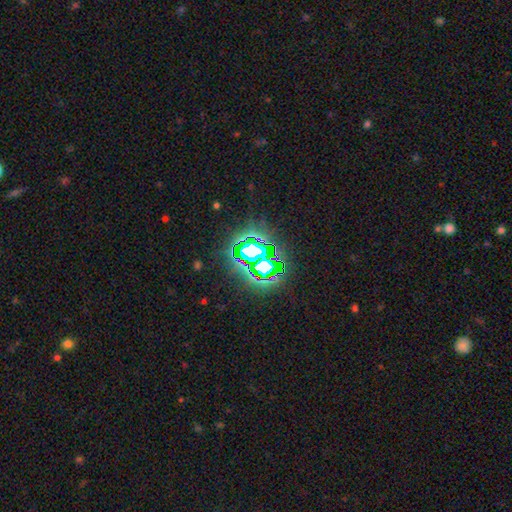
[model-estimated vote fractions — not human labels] smooth_or_featured: star or artifact (p=0.78) [alt: featured or disk p=0.11]